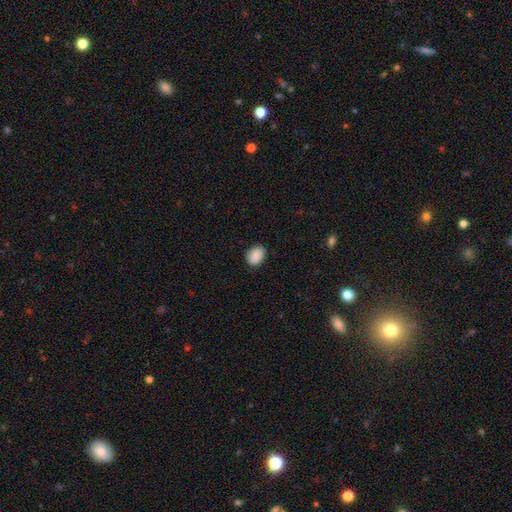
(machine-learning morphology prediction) smooth_or_featured: smooth (p=0.88) [alt: star or artifact p=0.07]
how_rounded: in between (p=0.65) [alt: round p=0.34]
merging: none (p=0.84) [alt: minor disturbance p=0.12]